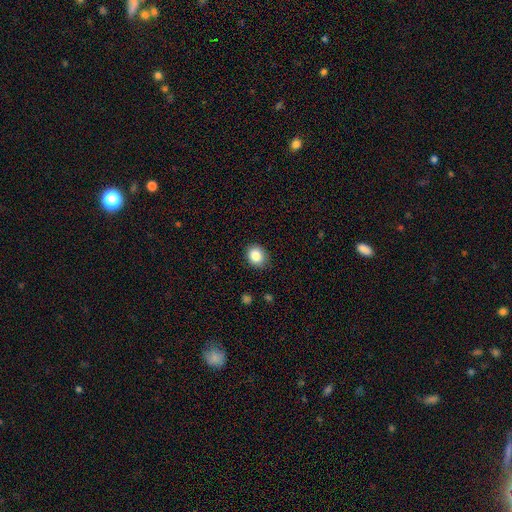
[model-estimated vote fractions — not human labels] The model was most divided on "how rounded": round: 65%, in between: 34%, cigar-shaped: 1%. More confident: merging — none (87%); smooth or featured — smooth (85%).